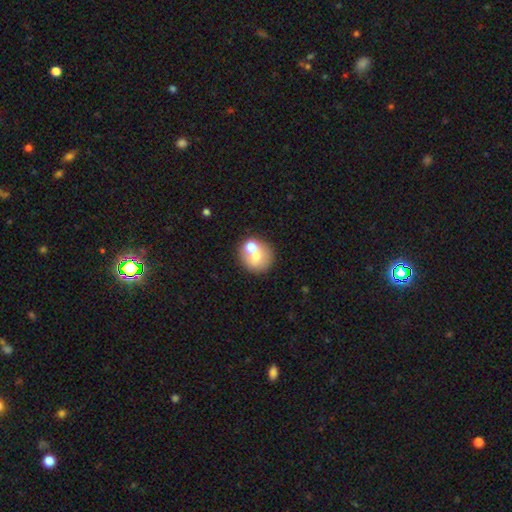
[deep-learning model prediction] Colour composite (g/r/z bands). It shows a smooth galaxy with no disk features (65%) that is round (85%). Merging: none (56%).